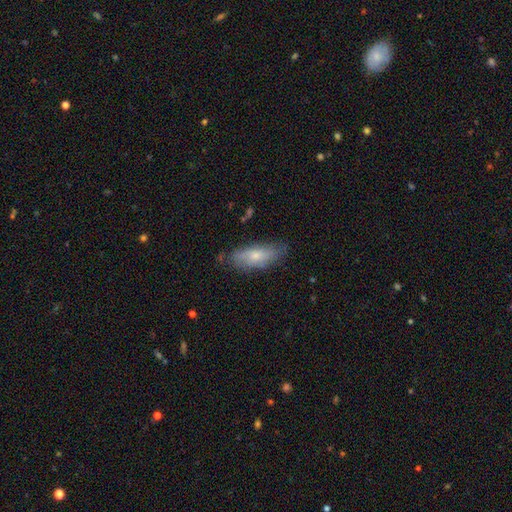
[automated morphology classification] The model was most divided on "smooth or featured": smooth: 65%, featured or disk: 28%, star or artifact: 7%. More confident: merging — none (71%); how rounded — in between (70%).